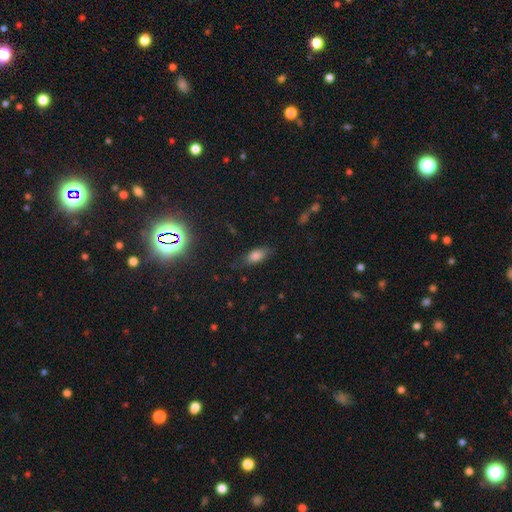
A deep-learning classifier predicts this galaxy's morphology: Smooth or featured?
  - smooth: 76% *
  - star or artifact: 12%
  - featured or disk: 12%
How rounded?
  - in between: 84% *
  - cigar-shaped: 12%
  - round: 5%
Merging?
  - none: 72% *
  - minor disturbance: 20%
  - major disturbance: 6%
  - merger: 2%